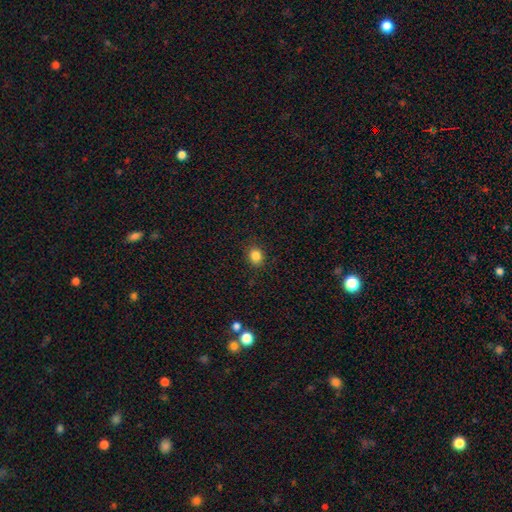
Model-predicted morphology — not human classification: The model was most divided on "how rounded": round: 68%, in between: 31%, cigar-shaped: 1%. More confident: merging — none (89%); smooth or featured — smooth (84%).